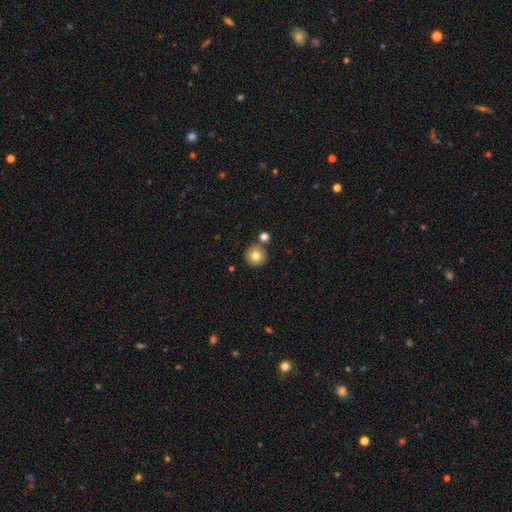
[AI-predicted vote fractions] The model was most divided on "smooth or featured": smooth: 78%, featured or disk: 12%, star or artifact: 10%. More confident: how rounded — round (95%); merging — none (81%).